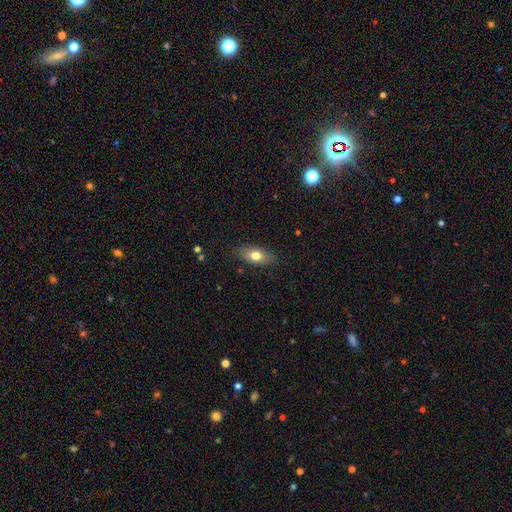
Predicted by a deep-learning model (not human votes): A smooth galaxy with no disk features (74%) that is in between round and cigar-shaped (84%).

Vote fractions:
- Smooth or featured? smooth: 74% / featured or disk: 19% / star or artifact: 7%
- How rounded? in between: 84% / cigar-shaped: 10% / round: 5%
- Merging? none: 85% / minor disturbance: 12% / major disturbance: 3% / merger: 1%